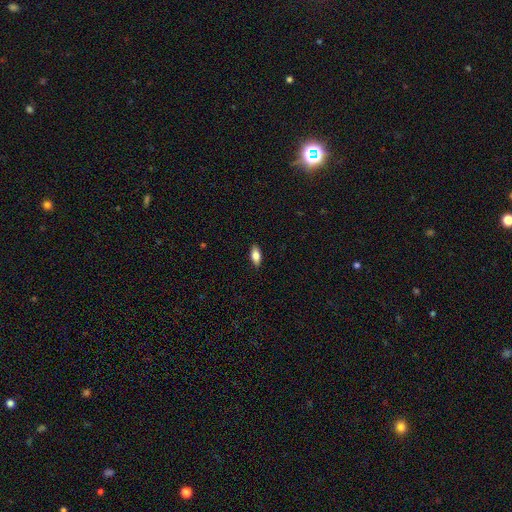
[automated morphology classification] This appears to be a smooth galaxy with no disk features (80%) that is in between round and cigar-shaped (85%). Merging: none (89%).